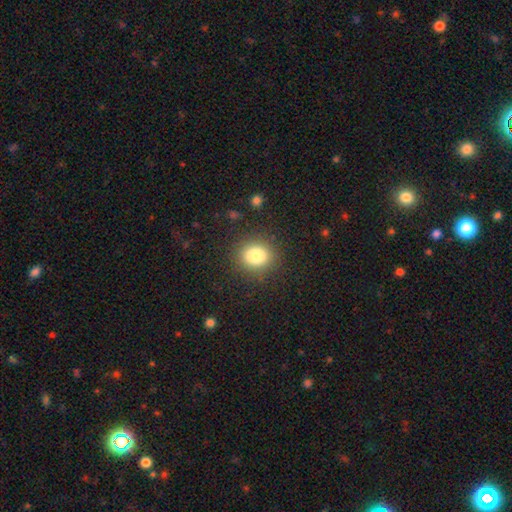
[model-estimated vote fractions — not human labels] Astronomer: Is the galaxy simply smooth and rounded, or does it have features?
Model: smooth — 83%.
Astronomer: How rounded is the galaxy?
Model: round — 75%.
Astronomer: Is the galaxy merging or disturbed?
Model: none — 87%.